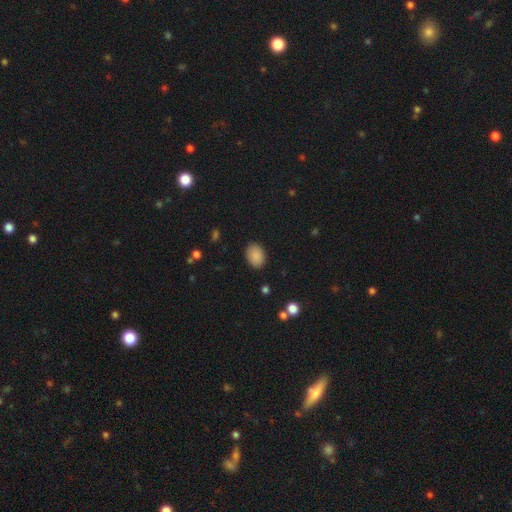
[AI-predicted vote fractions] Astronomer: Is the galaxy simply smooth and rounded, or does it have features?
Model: smooth — 88%.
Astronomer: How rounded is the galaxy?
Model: in between — 73%.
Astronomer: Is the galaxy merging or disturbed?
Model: none — 88%.